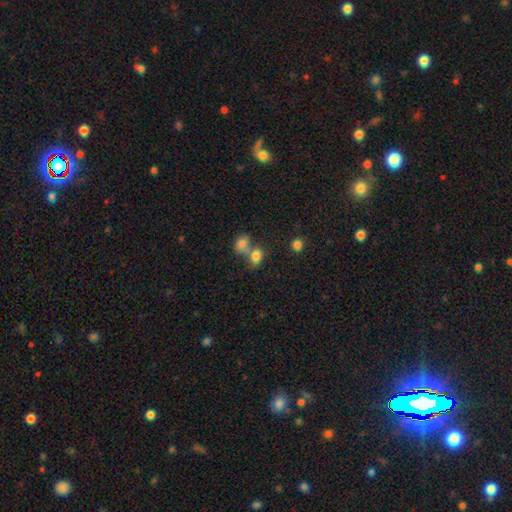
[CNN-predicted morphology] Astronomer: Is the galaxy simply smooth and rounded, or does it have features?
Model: smooth — 79%.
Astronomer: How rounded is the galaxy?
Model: in between — 65%.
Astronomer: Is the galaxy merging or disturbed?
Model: merger — 52% (runner-up: none, 35%).